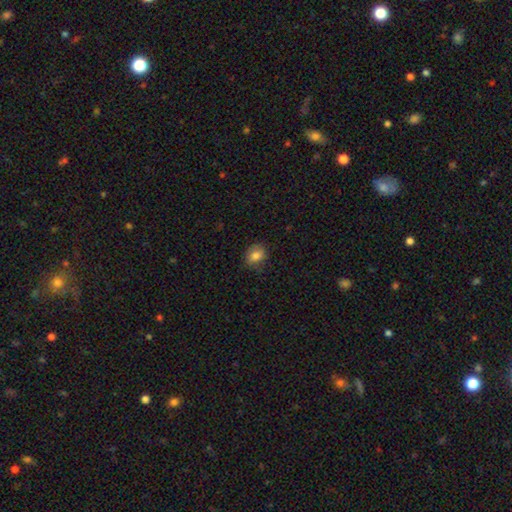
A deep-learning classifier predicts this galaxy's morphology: smooth 80%, featured or disk 10%, star or artifact 10%. Down the decision tree: how rounded — in between (53%); merging — none (74%).